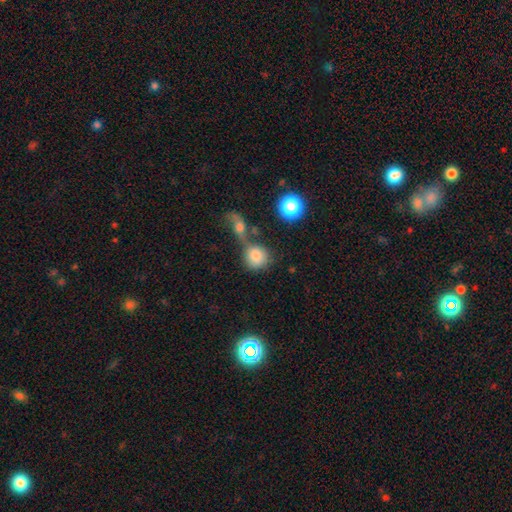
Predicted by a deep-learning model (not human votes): Smooth or featured: smooth — 80% (star or artifact — 10%)
How rounded: round — 84% (in between — 14%)
Merging: merger — 41% (none — 40%)